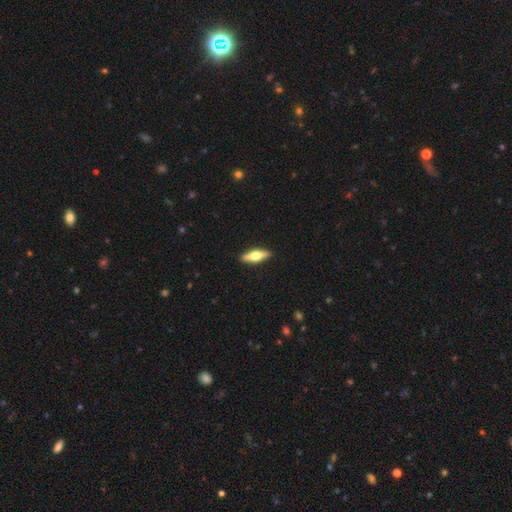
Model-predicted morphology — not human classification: Q: Smooth or featured?
A: featured or disk (50%); runner-up: smooth (44%)
Q: Edge-on disk?
A: yes (92%); runner-up: no (8%)
Q: Merging?
A: none (91%); runner-up: minor disturbance (7%)